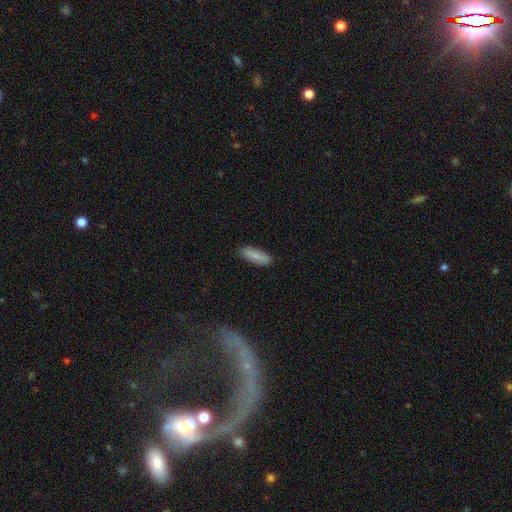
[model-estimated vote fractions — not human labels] Smooth or featured? Predicted: smooth (p=0.82). How rounded? Predicted: in between (p=0.61). Merging? Predicted: none (p=0.88).